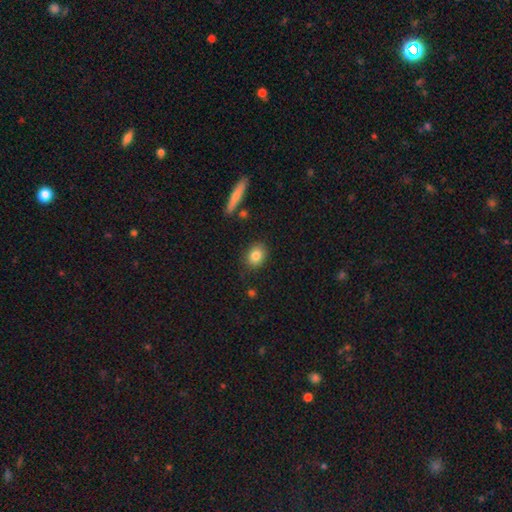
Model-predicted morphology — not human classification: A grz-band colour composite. It shows a smooth galaxy with no disk features (83%) that is round (52%). Merging: none (84%).